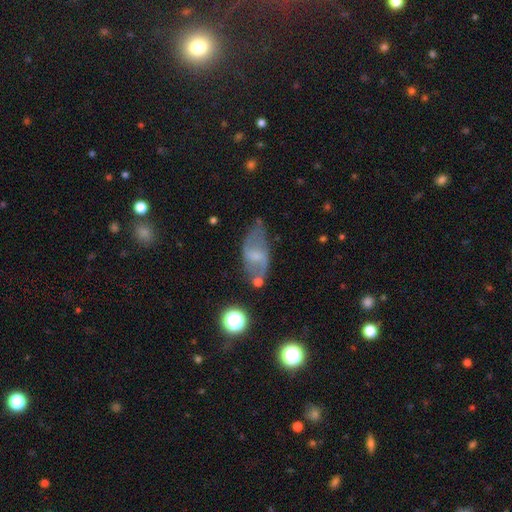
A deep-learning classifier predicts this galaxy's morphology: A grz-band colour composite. It shows a featured or disk galaxy (63%) with a weak bar (52%), spiral arms (78%) and a small central bulge (48%). Merging: none (62%).